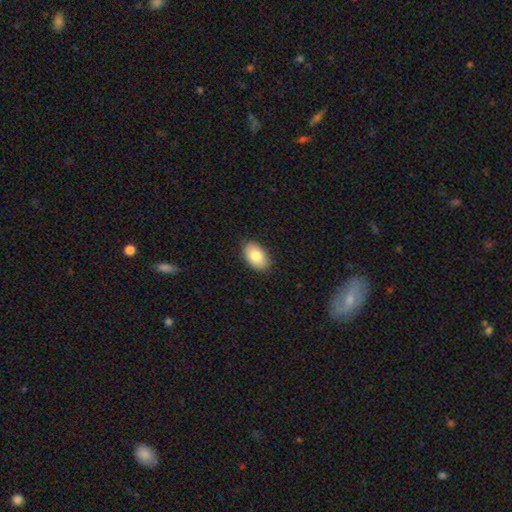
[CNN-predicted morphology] The model was most divided on "smooth or featured": smooth: 82%, featured or disk: 11%, star or artifact: 7%. More confident: how rounded — in between (91%); merging — none (87%).